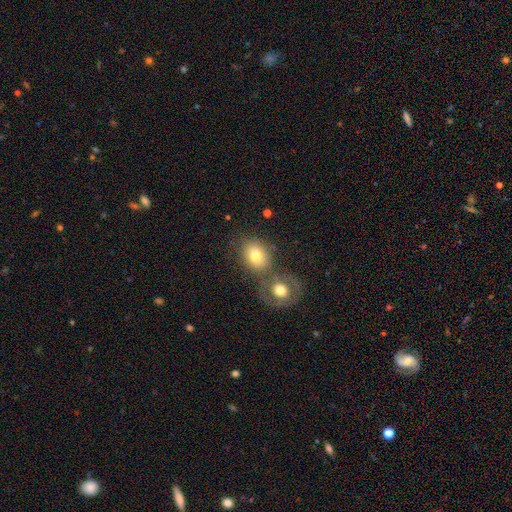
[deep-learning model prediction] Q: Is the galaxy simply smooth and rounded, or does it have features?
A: smooth — 73%.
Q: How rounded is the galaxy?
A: in between — 50%.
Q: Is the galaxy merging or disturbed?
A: none — 51%.